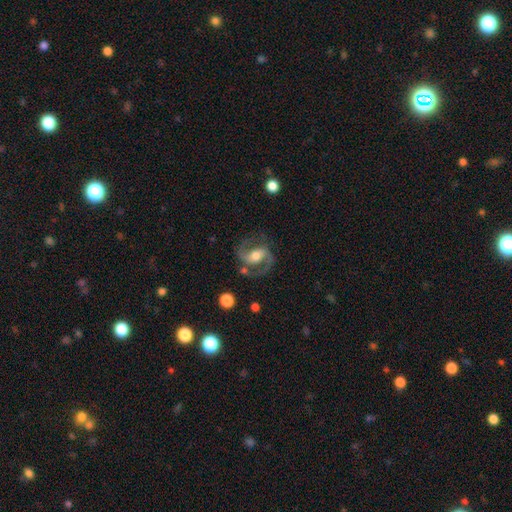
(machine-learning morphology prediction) A featured or disk galaxy (88%) with a weak bar (40%), 2 (93%) medium (63%) spiral arms (97%) and a moderate central bulge (64%).

Vote fractions:
- Smooth or featured? featured or disk: 88% / smooth: 7% / star or artifact: 5%
- Edge-on disk? no: 98% / yes: 2%
- Bar? weak: 40% / strong: 36% / no: 24%
- Spiral arms? yes: 97% / no: 3%
- Spiral winding? medium: 63% / loose: 20% / tight: 17%
- Spiral arm count? 2: 93% / 1: 2% / can't tell: 2% / 3: 1% / 4: 1% / more than 4: 1%
- Bulge size? moderate: 64% / small: 22% / large: 11% / none: 2% / dominant: 1%
- Merging? none: 75% / minor disturbance: 14% / major disturbance: 8% / merger: 3%